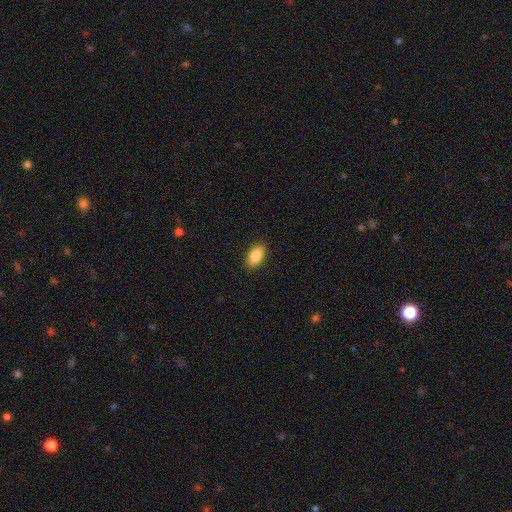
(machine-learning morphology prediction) smooth-or-featured: smooth: 86% | star or artifact: 7% | featured or disk: 7%
  how-rounded: in between: 91% | round: 5% | cigar-shaped: 4%
  merging: none: 88% | minor disturbance: 9% | major disturbance: 2% | merger: 1%